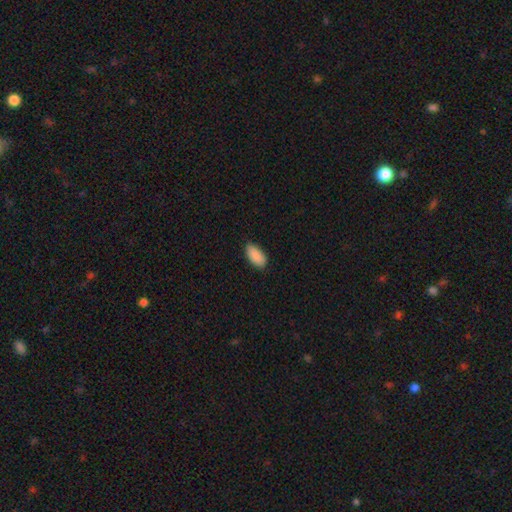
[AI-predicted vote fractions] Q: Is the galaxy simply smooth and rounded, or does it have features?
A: smooth — 90%.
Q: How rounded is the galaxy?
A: in between — 92%.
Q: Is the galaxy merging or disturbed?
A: none — 83%.